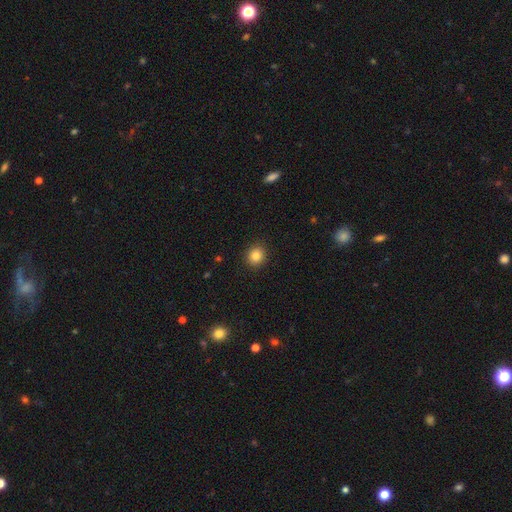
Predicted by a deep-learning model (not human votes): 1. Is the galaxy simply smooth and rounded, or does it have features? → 83% smooth, 11% star or artifact, 6% featured or disk.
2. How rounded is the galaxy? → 81% round, 18% in between, 1% cigar-shaped.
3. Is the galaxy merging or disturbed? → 91% none, 6% minor disturbance, 2% major disturbance, 1% merger.